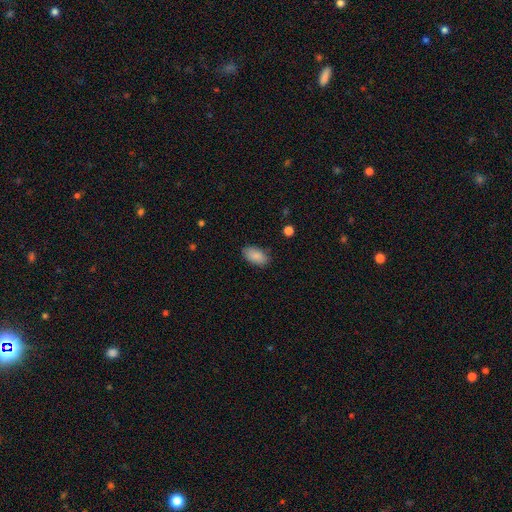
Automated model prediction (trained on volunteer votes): Q: Smooth or featured?
A: smooth (88%); runner-up: star or artifact (7%)
Q: How rounded?
A: in between (93%); runner-up: round (4%)
Q: Merging?
A: none (83%); runner-up: minor disturbance (13%)